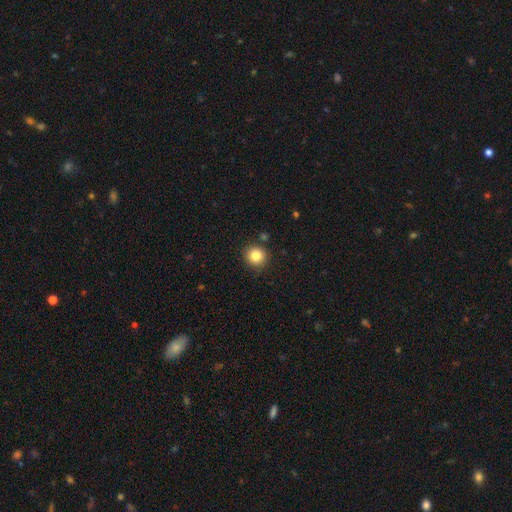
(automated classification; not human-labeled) The model was most divided on "smooth or featured": smooth: 84%, star or artifact: 11%, featured or disk: 6%. More confident: how rounded — round (94%); merging — none (89%).